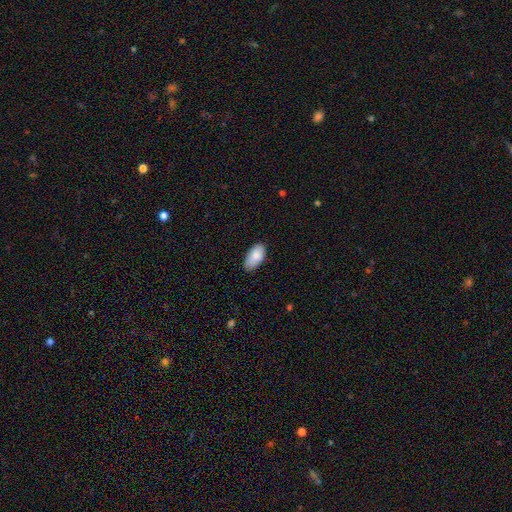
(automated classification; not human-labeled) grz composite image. It shows a smooth galaxy with no disk features (86%) that is in between round and cigar-shaped (95%). Merging: none (79%).